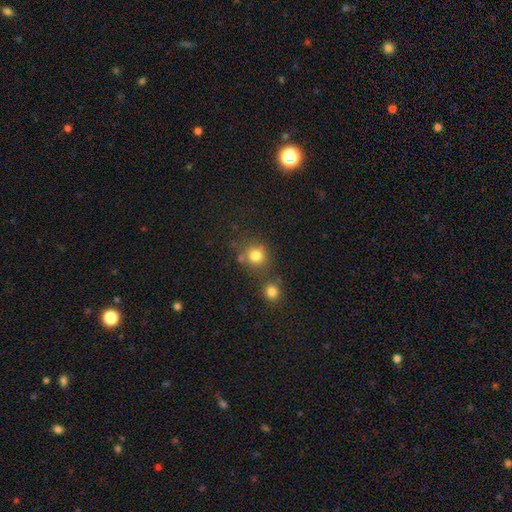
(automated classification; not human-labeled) Smooth or featured? smooth (79%)
How rounded? round (88%)
Merging? none (66%)